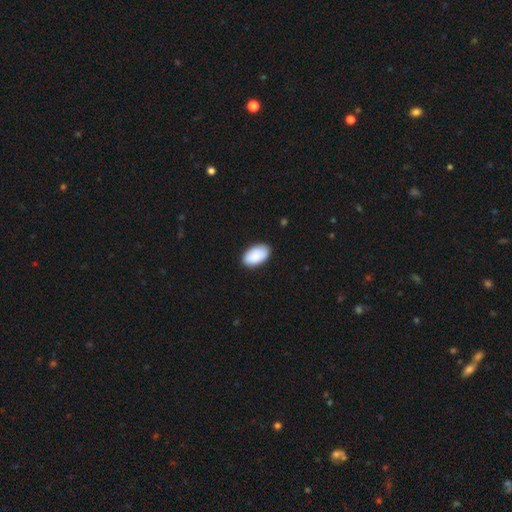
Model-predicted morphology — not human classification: type=smooth (89%); roundness=in between (95%); merging=none (86%).